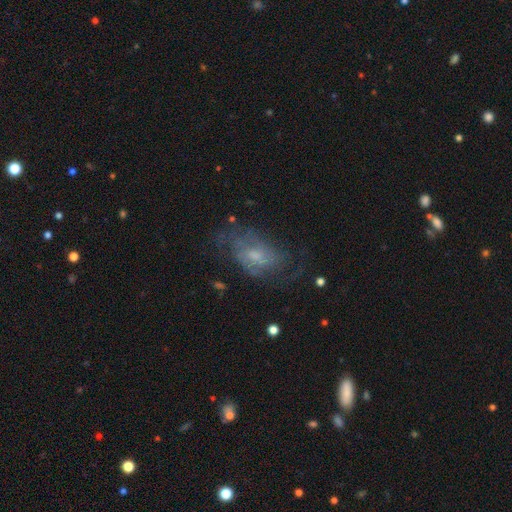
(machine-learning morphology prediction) A featured or disk galaxy (64%) with no bar (59%), spiral arms (75%) and a small central bulge (43%).

Vote fractions:
- Smooth or featured? featured or disk: 64% / smooth: 26% / star or artifact: 10%
- Edge-on disk? no: 95% / yes: 5%
- Bar? no: 59% / weak: 36% / strong: 5%
- Spiral arms? yes: 75% / no: 25%
- Bulge size? small: 43% / moderate: 40% / none: 11% / large: 5% / dominant: 1%
- Merging? none: 55% / minor disturbance: 23% / major disturbance: 20% / merger: 2%